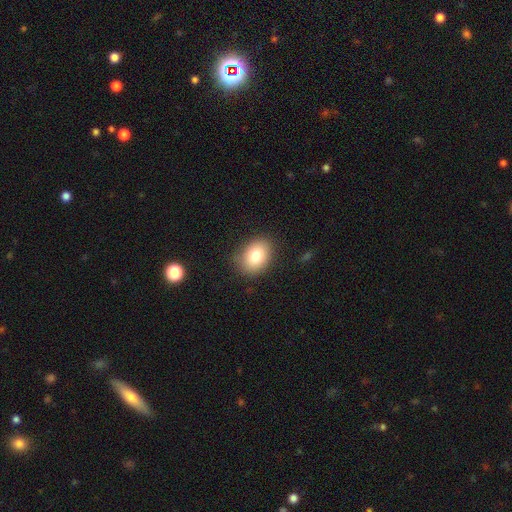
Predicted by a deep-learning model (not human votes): This appears to be a smooth galaxy with no disk features (80%) that is in between round and cigar-shaped (67%). Merging: none (83%).